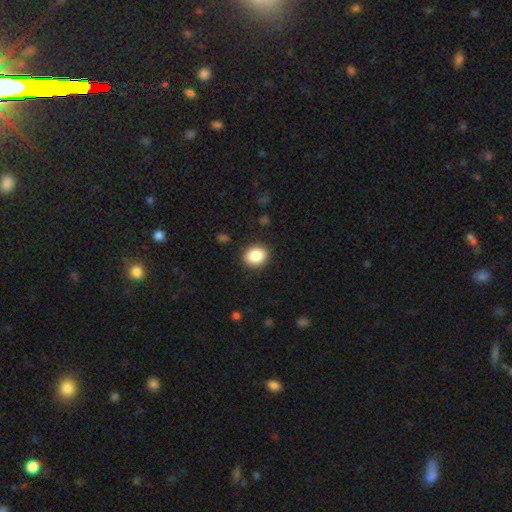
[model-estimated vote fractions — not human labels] smooth-or-featured: smooth: 86% | star or artifact: 8% | featured or disk: 5%
  how-rounded: round: 62% | in between: 37% | cigar-shaped: 1%
  merging: none: 89% | minor disturbance: 7% | major disturbance: 2% | merger: 1%